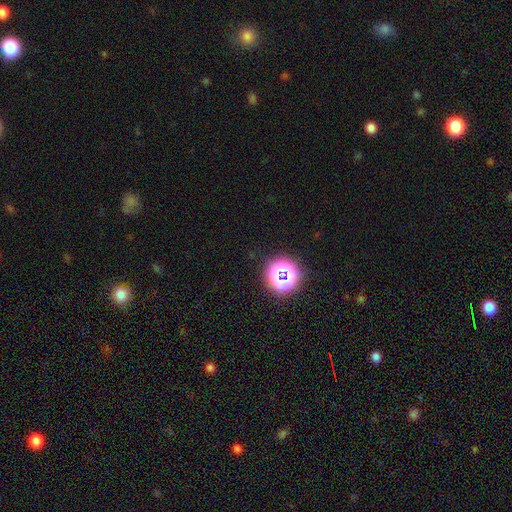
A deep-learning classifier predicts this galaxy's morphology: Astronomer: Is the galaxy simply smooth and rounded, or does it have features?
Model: star or artifact — 73%.